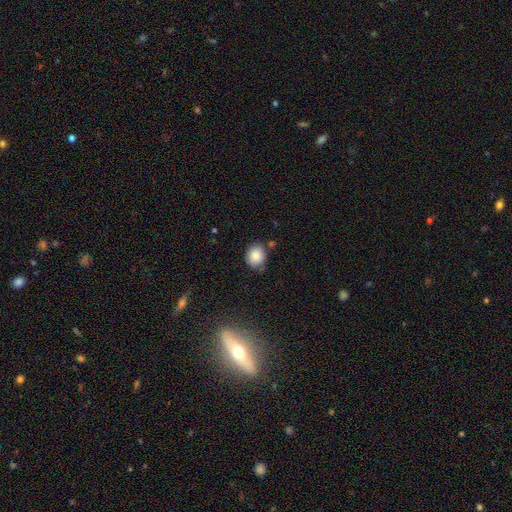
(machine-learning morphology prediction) smooth_or_featured: smooth (p=0.85) [alt: star or artifact p=0.09]
how_rounded: round (p=0.61) [alt: in between p=0.38]
merging: none (p=0.73) [alt: minor disturbance p=0.19]